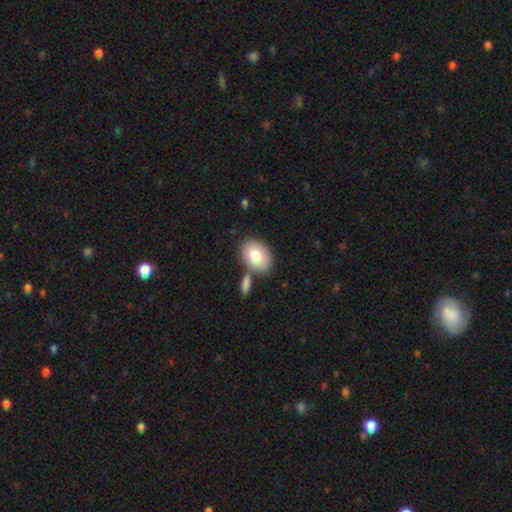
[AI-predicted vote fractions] Smooth or featured: smooth — 78% (featured or disk — 15%)
How rounded: in between — 78% (round — 21%)
Merging: none — 68% (merger — 16%)